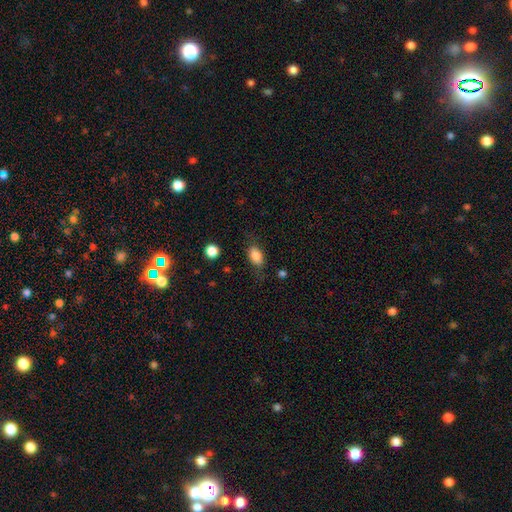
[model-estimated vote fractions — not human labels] Smooth or featured? Predicted: smooth (p=0.82). How rounded? Predicted: in between (p=0.86). Merging? Predicted: none (p=0.70).